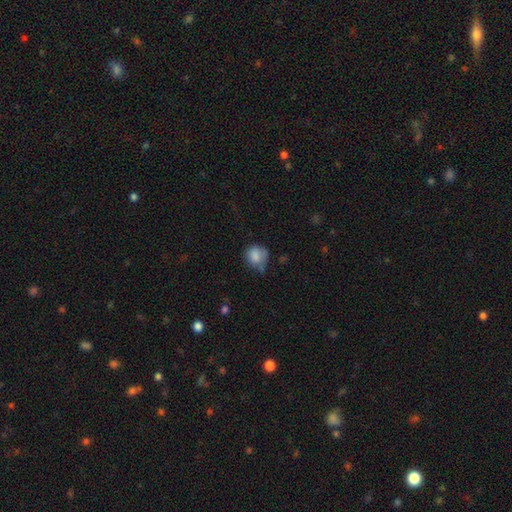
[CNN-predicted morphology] This is clearly a smooth galaxy (83%). How rounded: clearly round (83%). Merging: possibly none (56%).